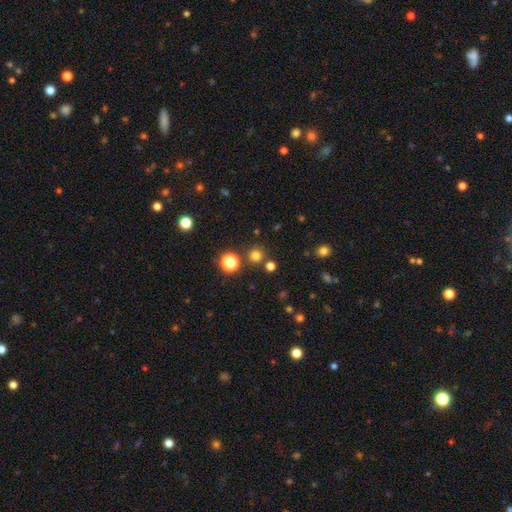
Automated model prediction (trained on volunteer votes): Smooth or featured?
  - smooth: 75% *
  - star or artifact: 20%
  - featured or disk: 5%
How rounded?
  - round: 94% *
  - in between: 5%
  - cigar-shaped: 1%
Merging?
  - none: 85% *
  - merger: 7%
  - minor disturbance: 6%
  - major disturbance: 3%